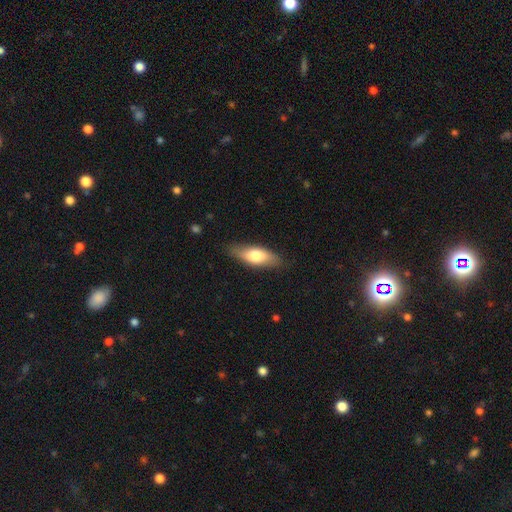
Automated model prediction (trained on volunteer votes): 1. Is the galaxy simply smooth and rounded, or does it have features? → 71% smooth, 23% featured or disk, 6% star or artifact.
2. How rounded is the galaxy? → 68% in between, 30% cigar-shaped, 3% round.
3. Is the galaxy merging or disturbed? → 82% none, 14% minor disturbance, 3% major disturbance, 1% merger.